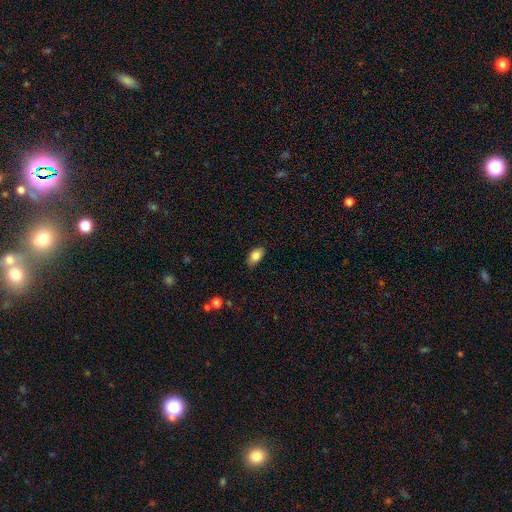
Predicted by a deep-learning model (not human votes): Morphology: type=smooth (84%); roundness=in between (89%); merging=none (78%).